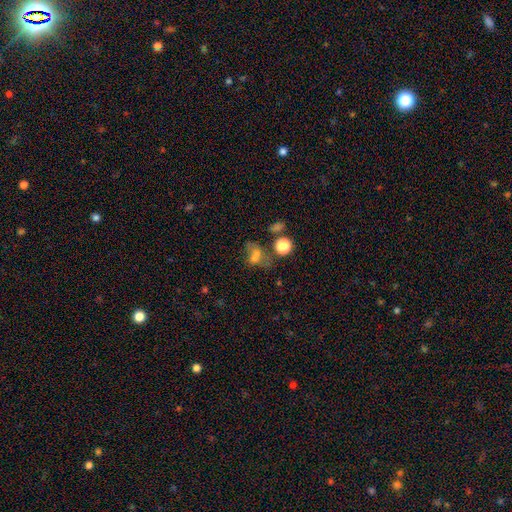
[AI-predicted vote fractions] This is likely a smooth galaxy (60%). How rounded: likely in between (63%). Merging: marginally merger (36%).